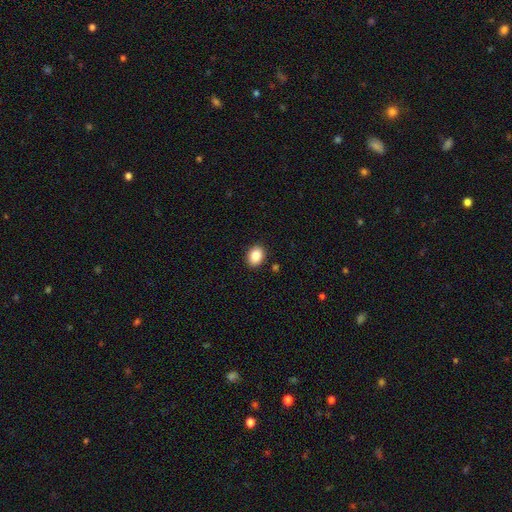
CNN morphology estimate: Overall: smooth (87%). How rounded: in between (60%; round 40%). Merging: none (90%).